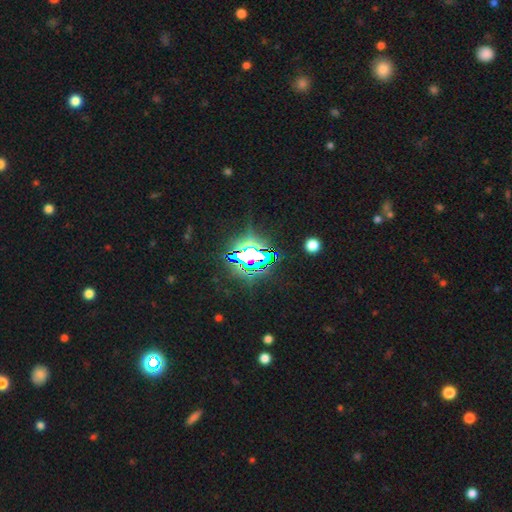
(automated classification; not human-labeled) smooth_or_featured: star or artifact (p=0.79) [alt: smooth p=0.11]